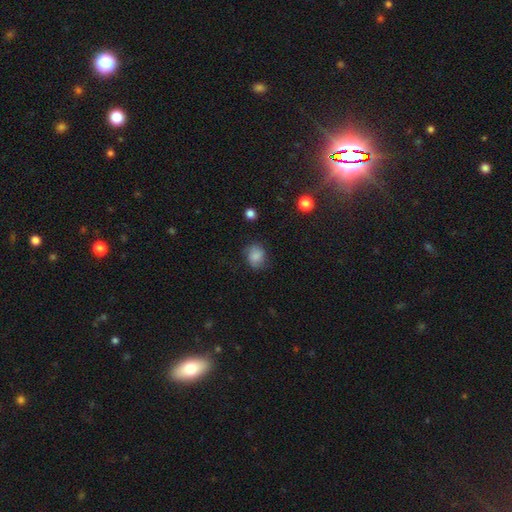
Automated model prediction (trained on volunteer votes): Q: Smooth or featured?
A: smooth (78%); runner-up: featured or disk (12%)
Q: How rounded?
A: round (61%); runner-up: in between (38%)
Q: Merging?
A: none (70%); runner-up: minor disturbance (22%)